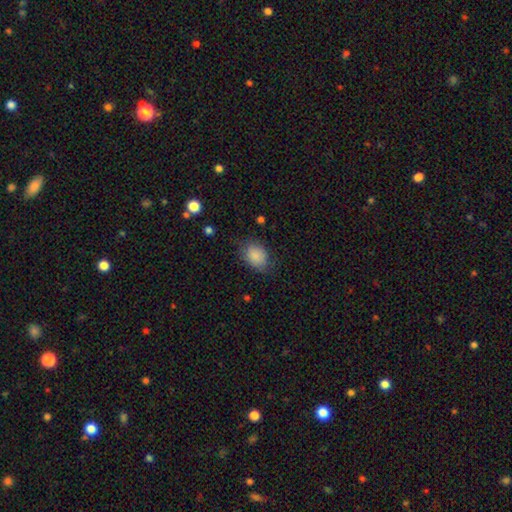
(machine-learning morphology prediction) smooth-or-featured: smooth: 87% | star or artifact: 8% | featured or disk: 5%
  how-rounded: in between: 66% | round: 33% | cigar-shaped: 1%
  merging: none: 72% | minor disturbance: 20% | major disturbance: 6% | merger: 1%